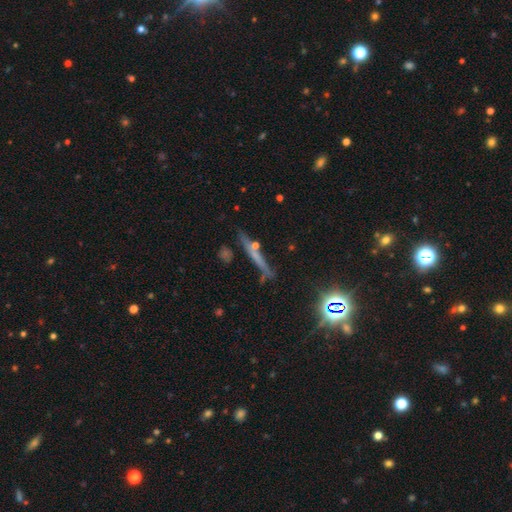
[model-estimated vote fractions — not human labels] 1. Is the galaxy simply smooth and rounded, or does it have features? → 48% featured or disk, 31% smooth, 21% star or artifact.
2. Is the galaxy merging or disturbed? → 73% none, 15% minor disturbance, 7% merger, 5% major disturbance.